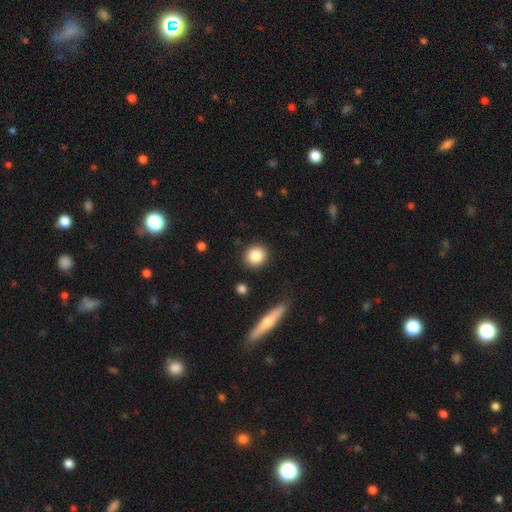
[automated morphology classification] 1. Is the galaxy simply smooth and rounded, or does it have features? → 84% smooth, 9% star or artifact, 7% featured or disk.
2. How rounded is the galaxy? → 85% round, 14% in between, 2% cigar-shaped.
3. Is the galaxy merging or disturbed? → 89% none, 7% minor disturbance, 2% major disturbance, 2% merger.